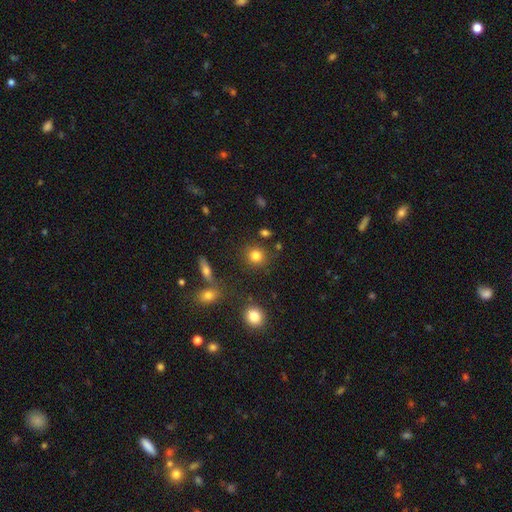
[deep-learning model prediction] This is clearly a smooth galaxy (81%). How rounded: clearly round (87%). Merging: clearly none (83%).